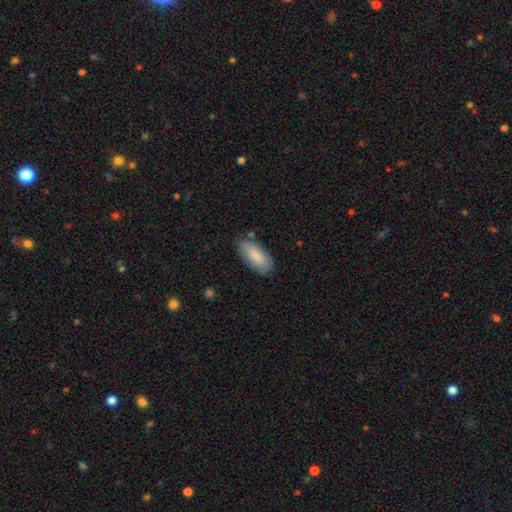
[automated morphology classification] Smooth or featured: smooth — 81% (featured or disk — 13%)
How rounded: in between — 88% (cigar-shaped — 10%)
Merging: none — 79% (minor disturbance — 16%)